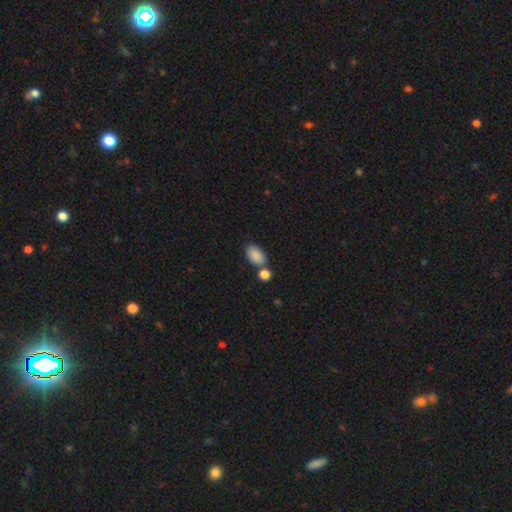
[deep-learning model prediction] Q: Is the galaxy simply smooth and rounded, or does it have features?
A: smooth — 87%.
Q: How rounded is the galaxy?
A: in between — 92%.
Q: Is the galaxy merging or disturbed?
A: none — 61%.